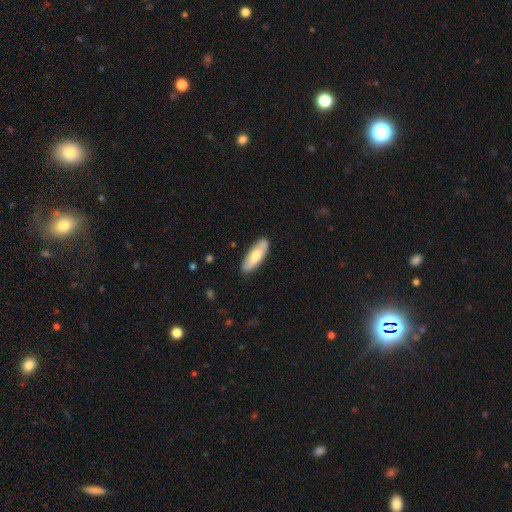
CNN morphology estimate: This is likely a smooth galaxy (69%). How rounded: likely in between (64%). Merging: clearly none (86%).